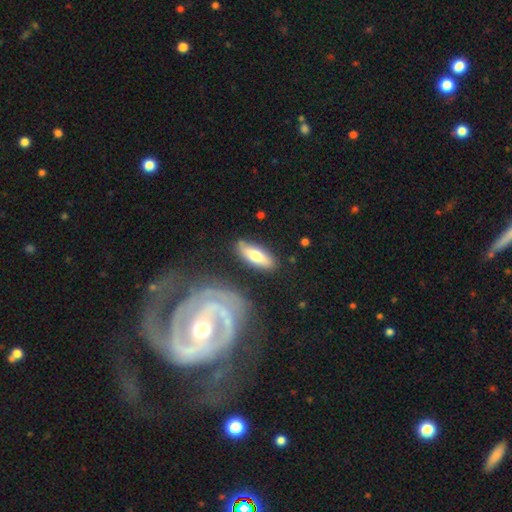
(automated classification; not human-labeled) smooth 64%, featured or disk 30%, star or artifact 6%. Down the decision tree: how rounded — in between (59%); merging — none (79%).